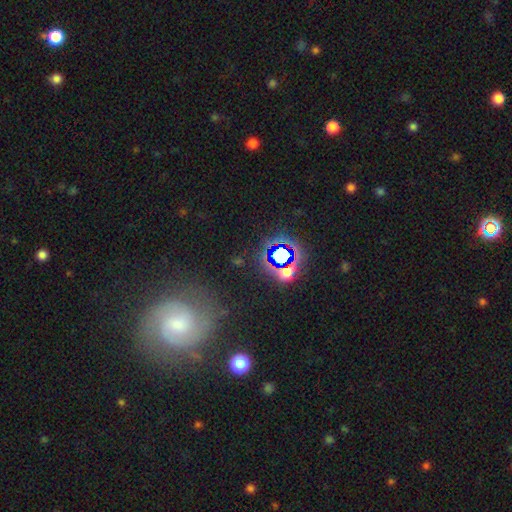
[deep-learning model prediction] A featured or disk galaxy (59%) with no bar (55%), 2 (66%) tight (58%) spiral arms (92%) and a small central bulge (52%). Merging: none (81%).